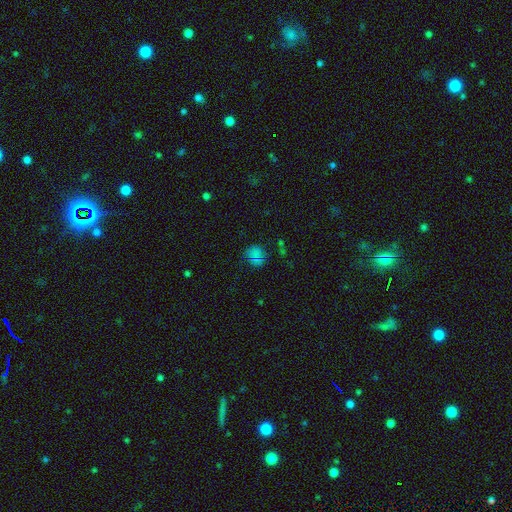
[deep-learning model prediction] Smooth or featured? Predicted: smooth (p=0.69). How rounded? Predicted: round (p=0.79). Merging? Predicted: none (p=0.61).